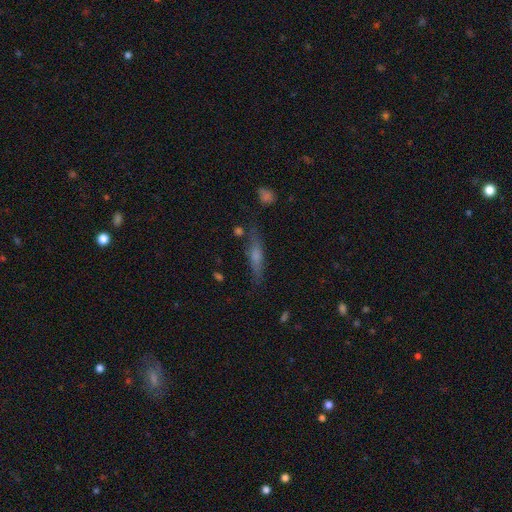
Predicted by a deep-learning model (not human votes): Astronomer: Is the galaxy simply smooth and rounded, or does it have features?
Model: featured or disk — 53% (runner-up: smooth, 34%).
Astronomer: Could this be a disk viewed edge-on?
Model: yes — 89%.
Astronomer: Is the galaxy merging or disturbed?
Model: none — 80%.